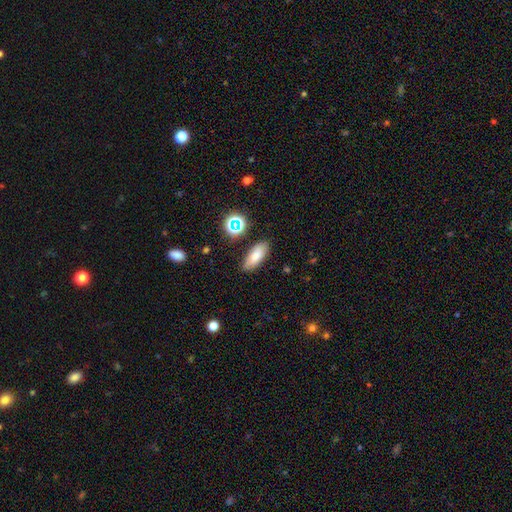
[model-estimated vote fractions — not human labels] smooth-or-featured: smooth: 77% | featured or disk: 12% | star or artifact: 11%
  how-rounded: in between: 78% | cigar-shaped: 18% | round: 4%
  merging: none: 83% | minor disturbance: 11% | major disturbance: 3% | merger: 3%